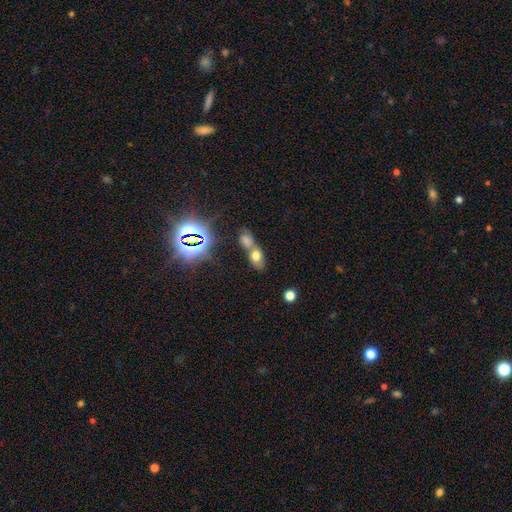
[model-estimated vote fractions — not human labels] Morphology: type=smooth (62%); roundness=in between (76%); merging=merger (56%).